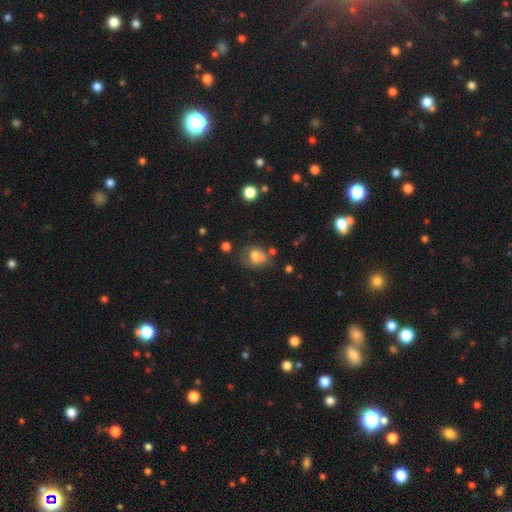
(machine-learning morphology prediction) This is likely a smooth galaxy (62%). How rounded: possibly round (55%). Merging: marginally none (37%).